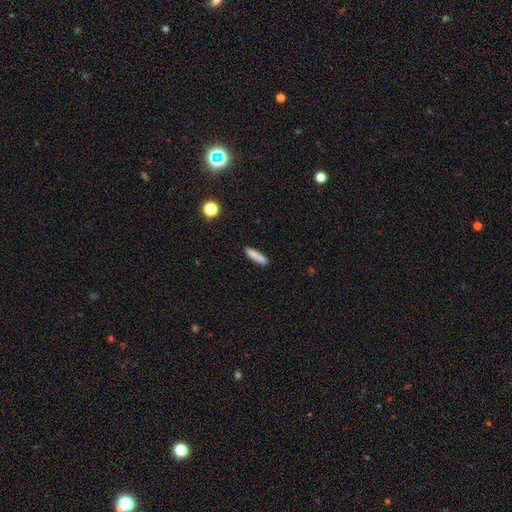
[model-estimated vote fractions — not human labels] This is clearly a smooth galaxy (83%). How rounded: likely cigar-shaped (75%). Merging: clearly none (82%).